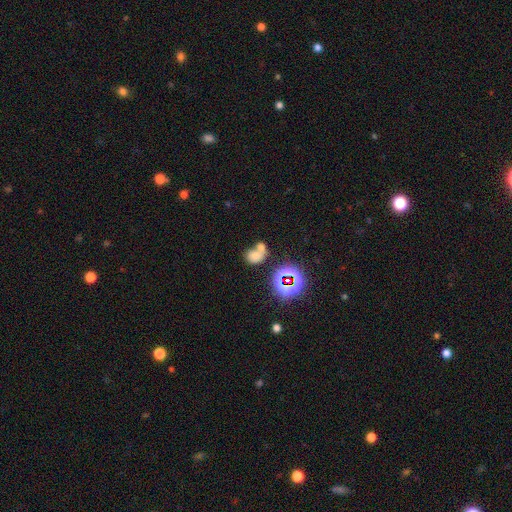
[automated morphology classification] The model was most divided on "how rounded": in between: 60%, round: 38%, cigar-shaped: 2%. More confident: smooth or featured — smooth (64%); merging — merger (57%).